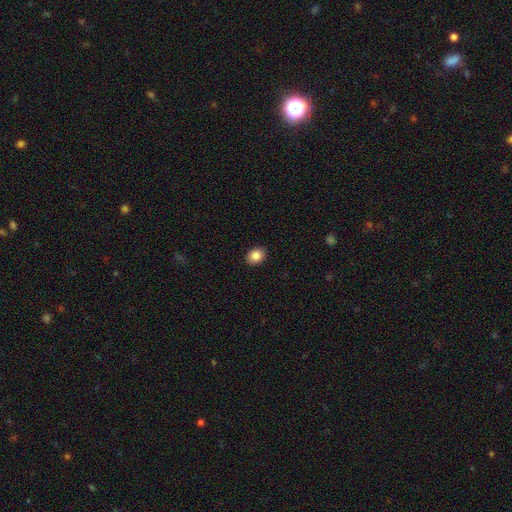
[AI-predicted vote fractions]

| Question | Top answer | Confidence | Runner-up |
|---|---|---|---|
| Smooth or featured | smooth | 86% | star or artifact (8%) |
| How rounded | in between | 56% | round (43%) |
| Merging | none | 90% | minor disturbance (7%) |